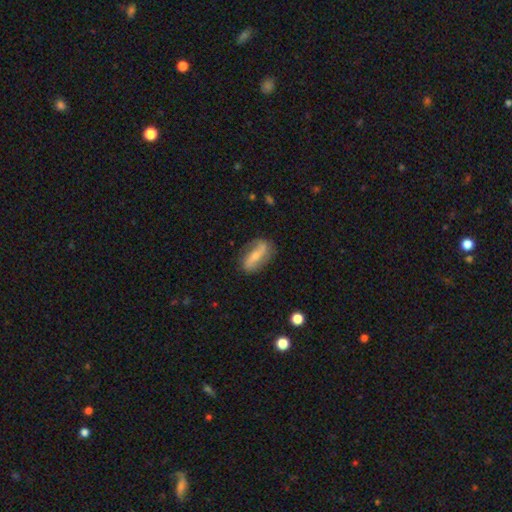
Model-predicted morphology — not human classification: smooth-or-featured: featured or disk: 68% | smooth: 26% | star or artifact: 6%
  disk-edge-on: no: 88% | yes: 12%
    bar: strong: 47% | no: 27% | weak: 26%
    has-spiral-arms: yes: 83% | no: 17%
    bulge-size: small: 53% | moderate: 41% | none: 3% | large: 2% | dominant: 1%
  merging: none: 76% | minor disturbance: 17% | major disturbance: 5% | merger: 2%